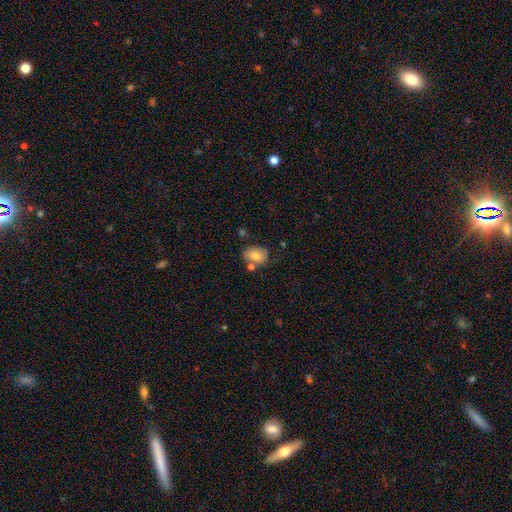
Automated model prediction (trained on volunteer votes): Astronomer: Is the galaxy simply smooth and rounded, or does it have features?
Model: smooth — 78%.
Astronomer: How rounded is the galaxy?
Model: in between — 63%.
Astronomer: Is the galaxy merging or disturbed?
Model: none — 64%.